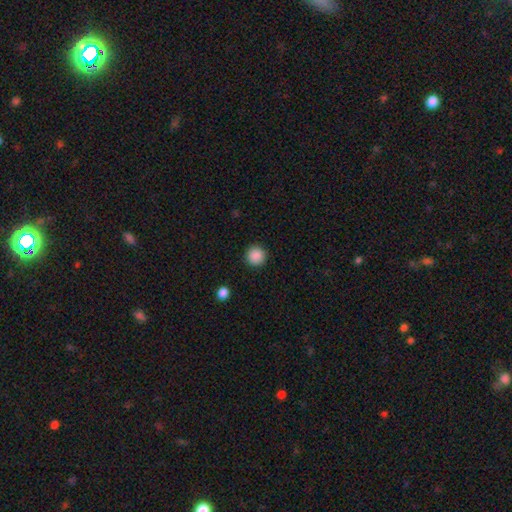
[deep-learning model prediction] smooth-or-featured: smooth: 89% | star or artifact: 9% | featured or disk: 2%
  how-rounded: round: 95% | in between: 4% | cigar-shaped: 1%
  merging: none: 92% | minor disturbance: 5% | major disturbance: 2% | merger: 1%